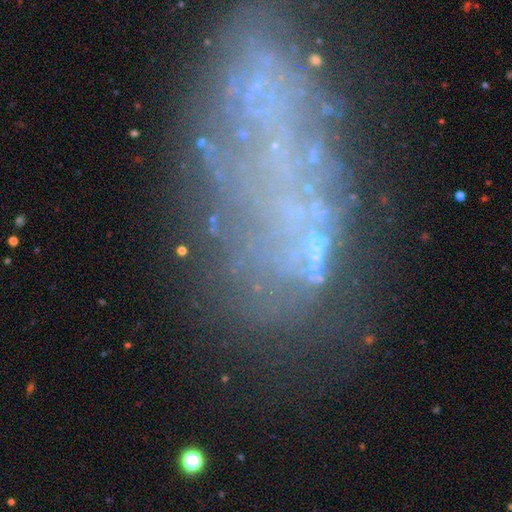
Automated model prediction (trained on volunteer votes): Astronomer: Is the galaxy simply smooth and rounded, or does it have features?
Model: featured or disk — 46% (runner-up: star or artifact, 33%).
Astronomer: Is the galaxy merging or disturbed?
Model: none — 45% (runner-up: major disturbance, 26%).